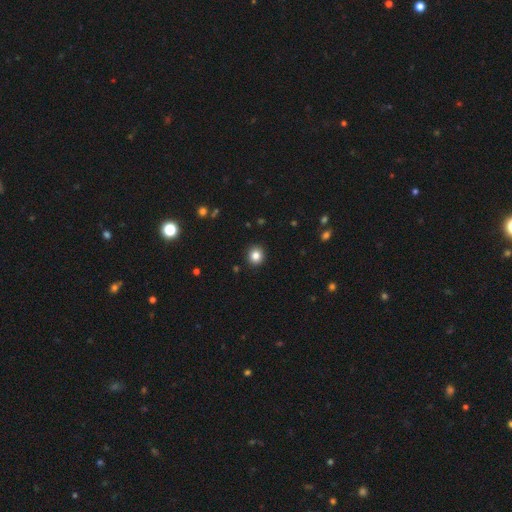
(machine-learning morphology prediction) A smooth galaxy with no disk features (84%) that is round (88%). Merging: none (92%).